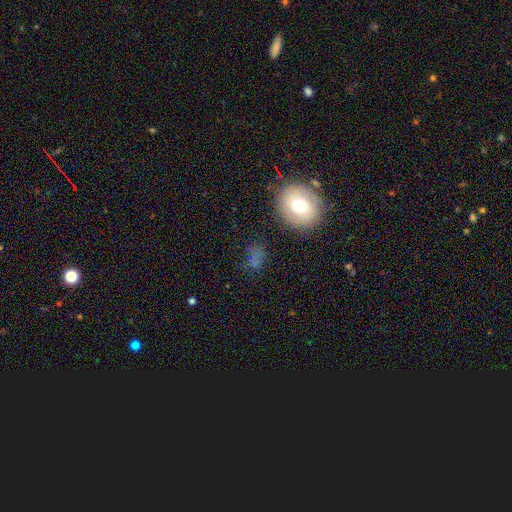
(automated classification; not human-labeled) The model was most divided on "how rounded": round: 59%, in between: 38%, cigar-shaped: 3%. More confident: merging — none (70%); smooth or featured — smooth (62%).